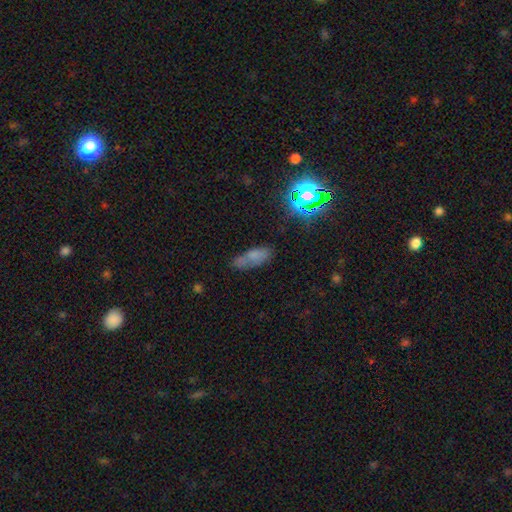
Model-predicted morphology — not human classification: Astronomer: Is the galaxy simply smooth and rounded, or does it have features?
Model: smooth — 68%.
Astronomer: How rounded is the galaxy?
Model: in between — 73%.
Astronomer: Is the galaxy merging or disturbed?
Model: none — 60%.